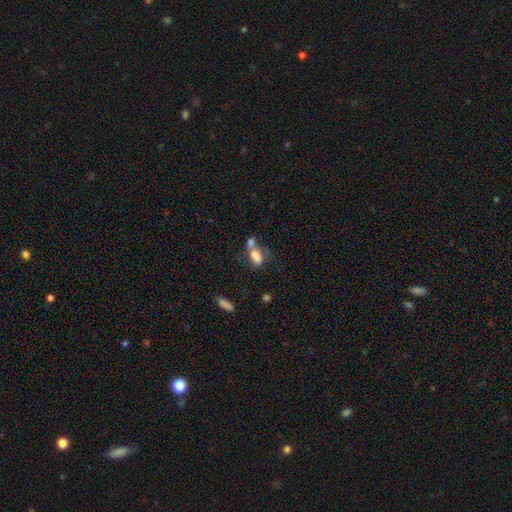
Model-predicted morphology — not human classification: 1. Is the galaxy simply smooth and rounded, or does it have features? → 73% smooth, 17% featured or disk, 10% star or artifact.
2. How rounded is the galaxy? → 85% in between, 9% round, 6% cigar-shaped.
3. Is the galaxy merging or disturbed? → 49% merger, 26% none, 13% minor disturbance, 12% major disturbance.